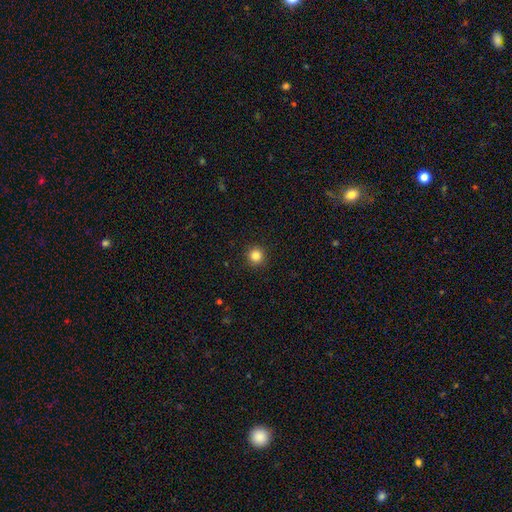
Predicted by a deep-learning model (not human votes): Q: Smooth or featured?
A: smooth (85%); runner-up: star or artifact (11%)
Q: How rounded?
A: round (94%); runner-up: in between (5%)
Q: Merging?
A: none (93%); runner-up: minor disturbance (5%)